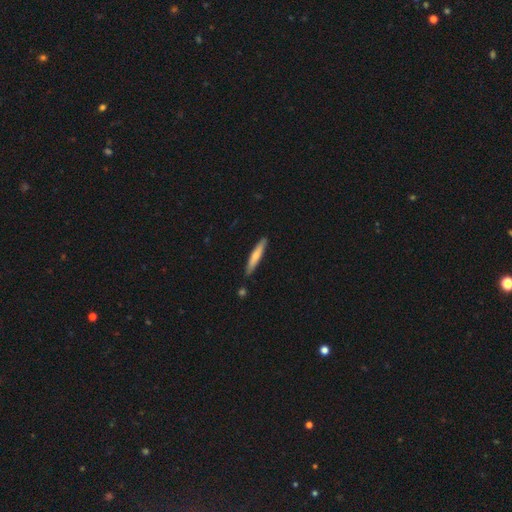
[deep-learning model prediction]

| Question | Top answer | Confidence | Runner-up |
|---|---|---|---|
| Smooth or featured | smooth | 66% | featured or disk (29%) |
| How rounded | cigar-shaped | 93% | in between (6%) |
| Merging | none | 87% | minor disturbance (9%) |